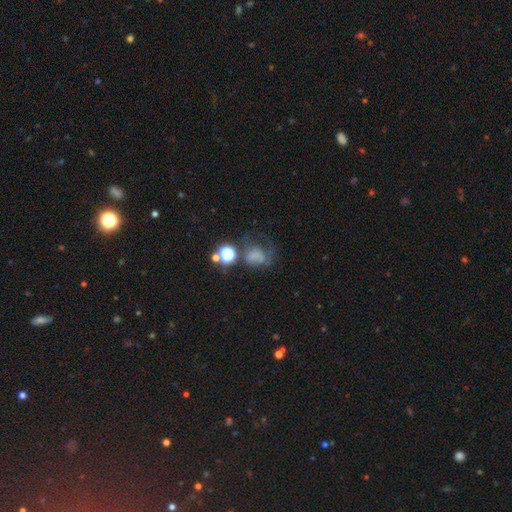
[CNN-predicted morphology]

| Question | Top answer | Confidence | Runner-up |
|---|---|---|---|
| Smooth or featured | smooth | 52% | featured or disk (27%) |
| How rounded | round | 52% | in between (47%) |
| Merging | major disturbance | 41% | none (28%) |